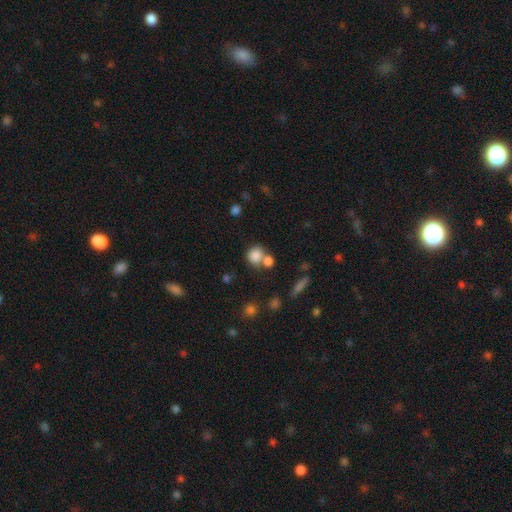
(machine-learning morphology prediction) A smooth galaxy with no disk features (82%) that is round (77%). Merging: none (48%).